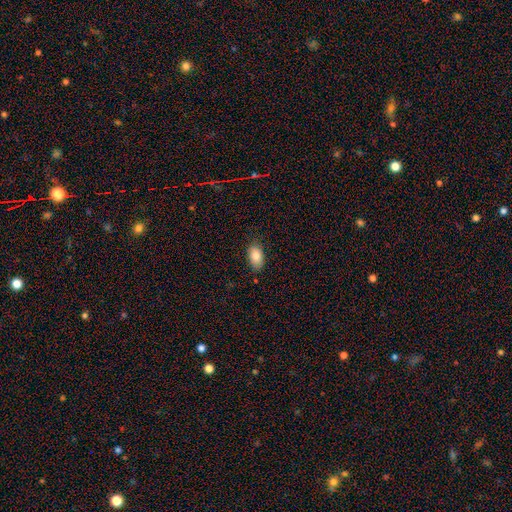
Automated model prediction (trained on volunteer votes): Smooth or featured: smooth — 85% (featured or disk — 8%)
How rounded: in between — 92% (round — 6%)
Merging: none — 81% (minor disturbance — 15%)